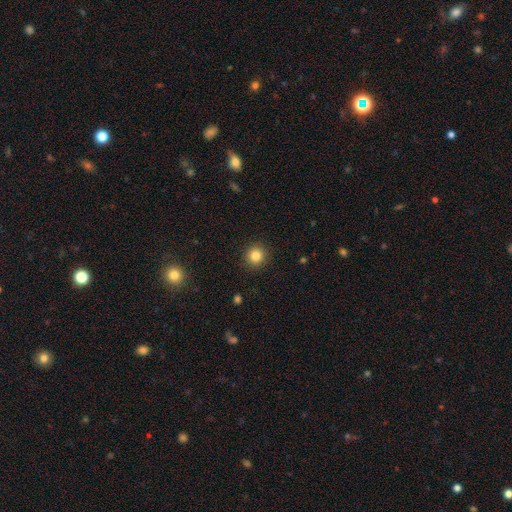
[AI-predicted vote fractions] smooth 84%, star or artifact 11%, featured or disk 5%. Down the decision tree: how rounded — round (93%); merging — none (91%).